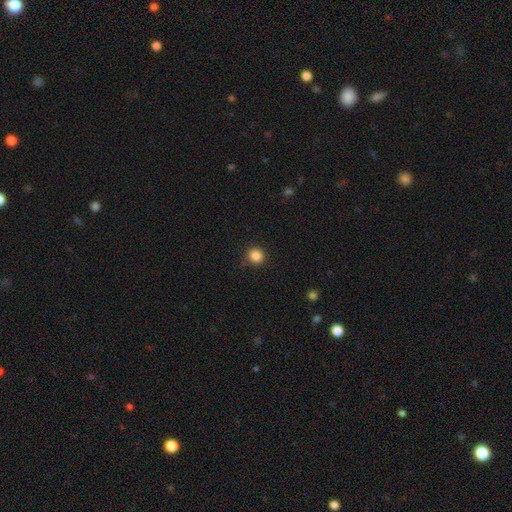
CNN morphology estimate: smooth 85%, star or artifact 11%, featured or disk 4%. Down the decision tree: how rounded — round (93%); merging — none (85%).